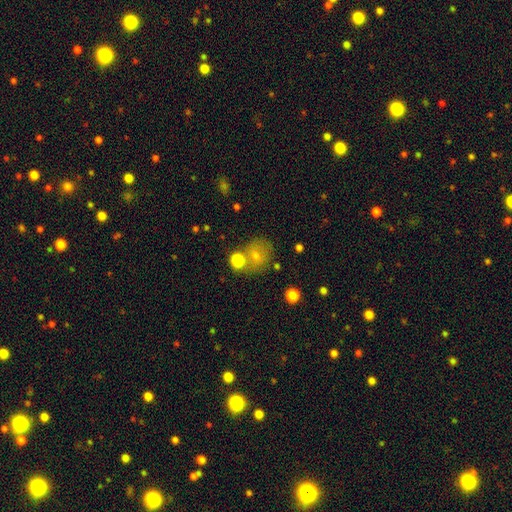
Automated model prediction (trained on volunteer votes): Q: Smooth or featured?
A: smooth (60%); runner-up: star or artifact (23%)
Q: How rounded?
A: round (74%); runner-up: in between (24%)
Q: Merging?
A: none (63%); runner-up: merger (18%)